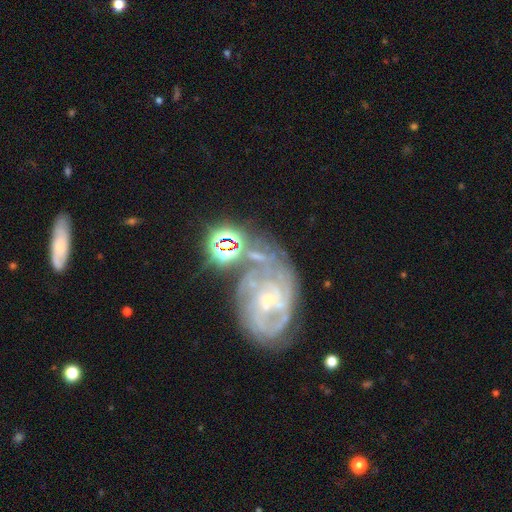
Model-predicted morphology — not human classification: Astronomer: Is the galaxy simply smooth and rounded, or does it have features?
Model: featured or disk — 69%.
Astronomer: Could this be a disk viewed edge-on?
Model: no — 97%.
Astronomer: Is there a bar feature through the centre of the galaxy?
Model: no — 62%.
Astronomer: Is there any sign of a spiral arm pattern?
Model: yes — 88%.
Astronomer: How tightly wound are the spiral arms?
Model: tight — 56% (runner-up: medium, 34%).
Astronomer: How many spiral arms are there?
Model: can't tell — 34% (runner-up: 2, 22%).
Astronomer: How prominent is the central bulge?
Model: small — 73%.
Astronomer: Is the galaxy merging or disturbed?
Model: none — 42% (runner-up: merger, 23%).